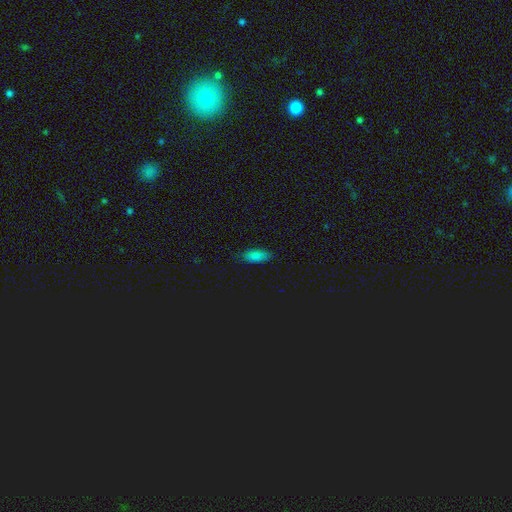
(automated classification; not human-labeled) This appears to be a smooth galaxy with no disk features (80%) that is in between round and cigar-shaped (84%). Merging: none (83%).